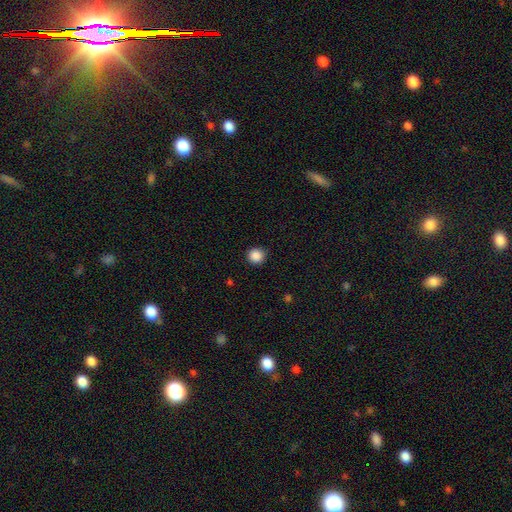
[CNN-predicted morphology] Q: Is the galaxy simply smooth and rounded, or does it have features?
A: smooth — 87%.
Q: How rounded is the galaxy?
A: round — 94%.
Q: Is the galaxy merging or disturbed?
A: none — 91%.